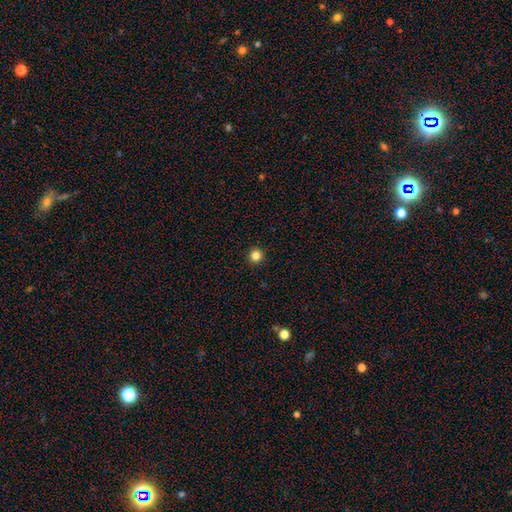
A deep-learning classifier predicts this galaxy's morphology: Q: Smooth or featured?
A: smooth (83%); runner-up: star or artifact (13%)
Q: How rounded?
A: round (96%); runner-up: in between (3%)
Q: Merging?
A: none (94%); runner-up: minor disturbance (4%)